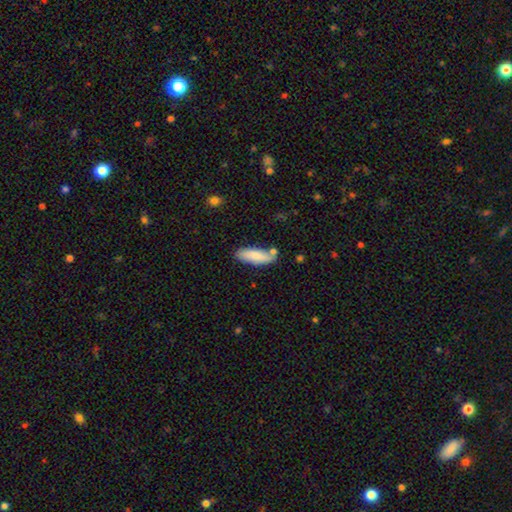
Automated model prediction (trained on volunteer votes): Smooth or featured?
  - smooth: 81% *
  - featured or disk: 13%
  - star or artifact: 6%
How rounded?
  - in between: 57% *
  - cigar-shaped: 41%
  - round: 2%
Merging?
  - none: 74% *
  - minor disturbance: 16%
  - merger: 7%
  - major disturbance: 3%